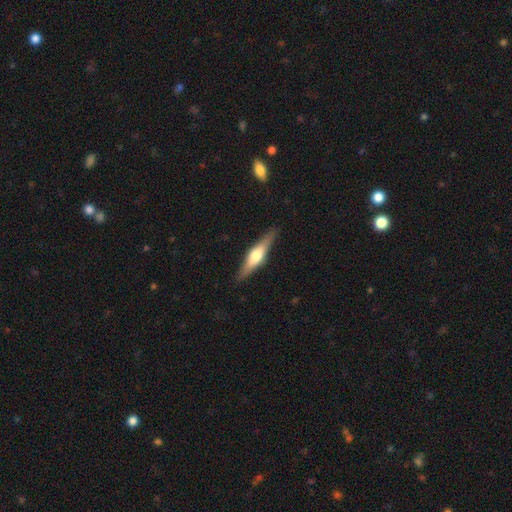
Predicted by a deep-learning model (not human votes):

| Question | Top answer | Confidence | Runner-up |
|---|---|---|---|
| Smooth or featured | featured or disk | 61% | smooth (34%) |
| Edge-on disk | yes | 95% | no (5%) |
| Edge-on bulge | rounded | 92% | boxy (6%) |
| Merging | none | 88% | minor disturbance (9%) |